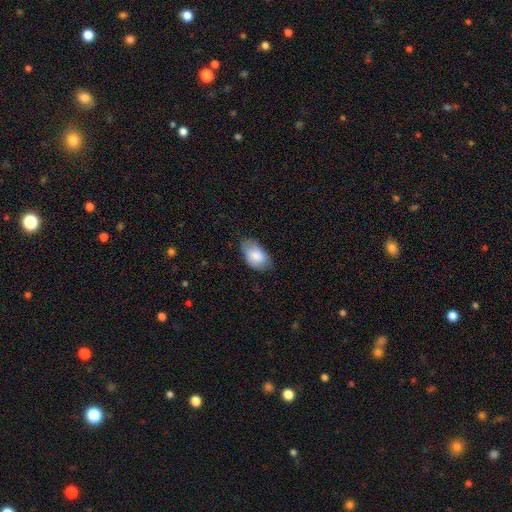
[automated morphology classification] This is clearly a smooth galaxy (84%). How rounded: clearly in between (93%). Merging: likely none (67%).